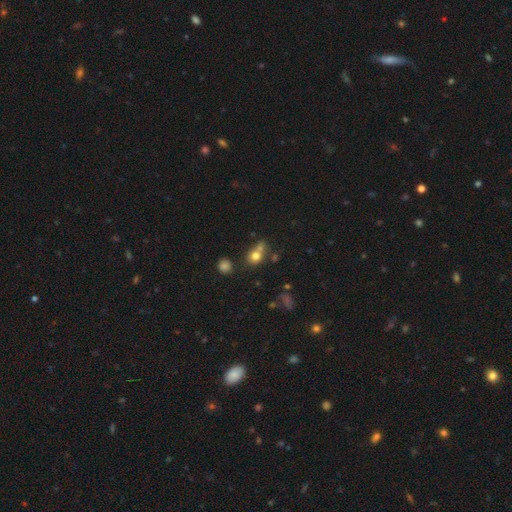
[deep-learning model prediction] The model was most divided on "merging": none: 44%, merger: 35%, minor disturbance: 14%, major disturbance: 7%. More confident: smooth or featured — smooth (74%); how rounded — round (71%).